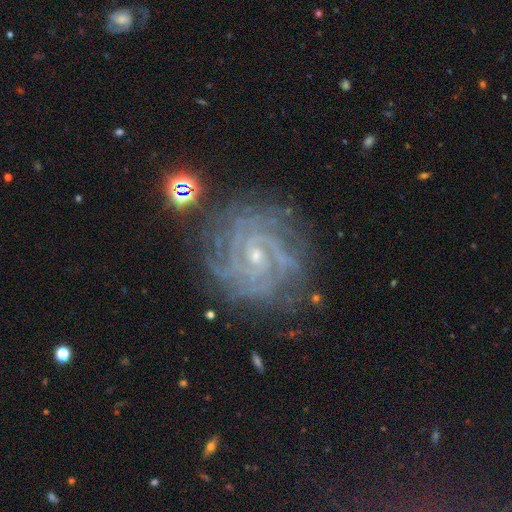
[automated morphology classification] A featured or disk galaxy (88%) with no bar (49%), 4 (23%) tight (79%) spiral arms (98%) and a small central bulge (77%).

Vote fractions:
- Smooth or featured? featured or disk: 88% / star or artifact: 8% / smooth: 4%
- Edge-on disk? no: 98% / yes: 2%
- Bar? no: 49% / weak: 36% / strong: 15%
- Spiral arms? yes: 98% / no: 2%
- Spiral winding? tight: 79% / medium: 19% / loose: 3%
- Spiral arm count? 4: 23% / can't tell: 21% / 3: 17% / more than 4: 16% / 2: 15% / 1: 8%
- Bulge size? small: 77% / moderate: 20% / none: 2% / large: 1% / dominant: 1%
- Merging? none: 78% / minor disturbance: 14% / major disturbance: 5% / merger: 2%